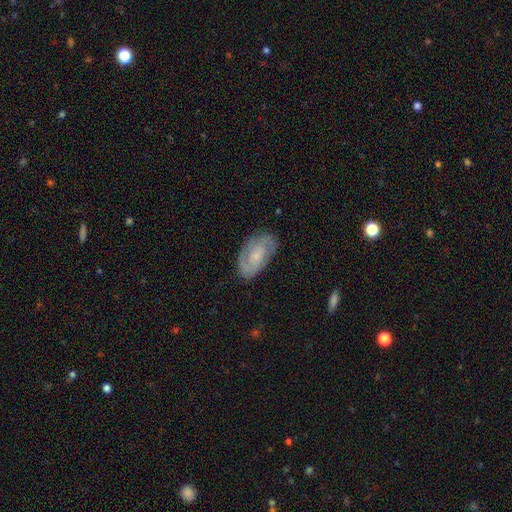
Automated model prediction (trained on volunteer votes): This appears to be a featured or disk galaxy (68%) with no bar (66%), 2 (52%) tight (51%) spiral arms (90%) and a small central bulge (66%). Merging: none (77%).